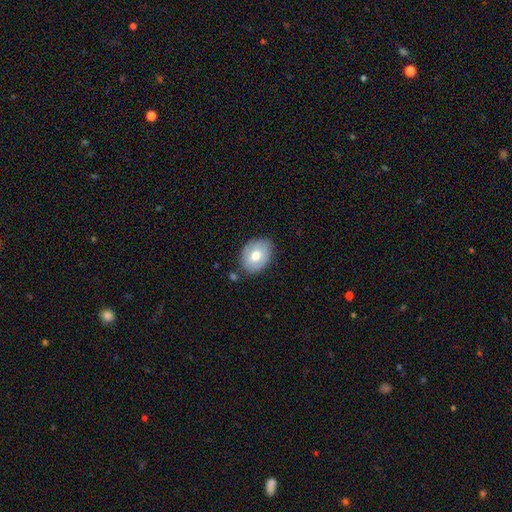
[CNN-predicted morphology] type=smooth (65%); roundness=in between (65%); merging=none (76%).